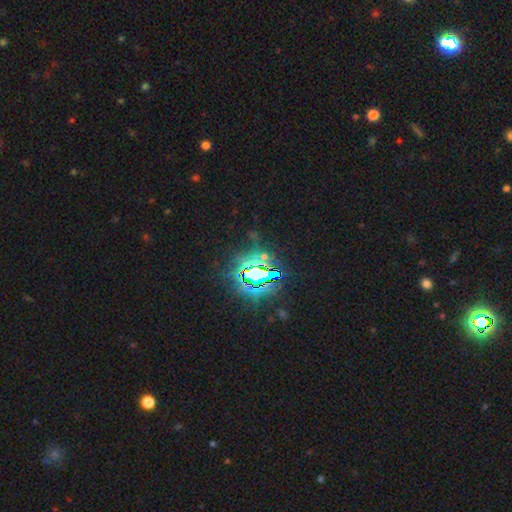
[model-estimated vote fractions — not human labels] smooth_or_featured: star or artifact (p=0.82) [alt: smooth p=0.09]